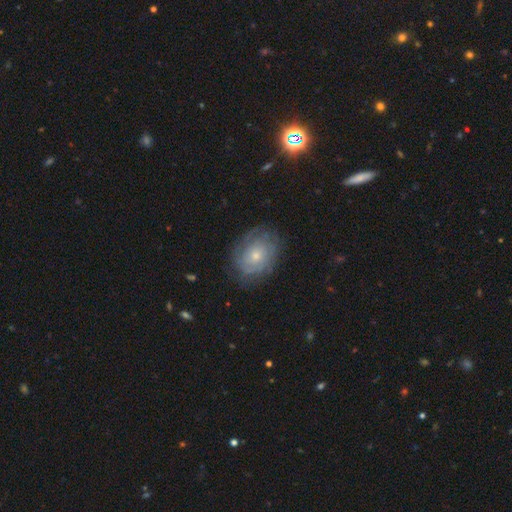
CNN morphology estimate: A featured or disk galaxy (58%) with no bar (83%), spiral arms (76%) and a small central bulge (58%).

Vote fractions:
- Smooth or featured? featured or disk: 58% / smooth: 32% / star or artifact: 10%
- Edge-on disk? no: 96% / yes: 4%
- Bar? no: 83% / weak: 14% / strong: 3%
- Spiral arms? yes: 76% / no: 24%
- Bulge size? small: 58% / moderate: 37% / large: 2% / none: 2% / dominant: 1%
- Merging? none: 77% / minor disturbance: 16% / major disturbance: 6% / merger: 1%